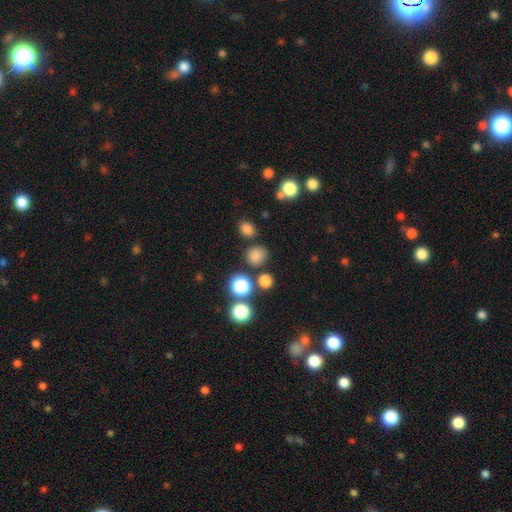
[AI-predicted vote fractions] This appears to be a smooth galaxy with no disk features (79%) that is round (82%). Merging: none (80%).